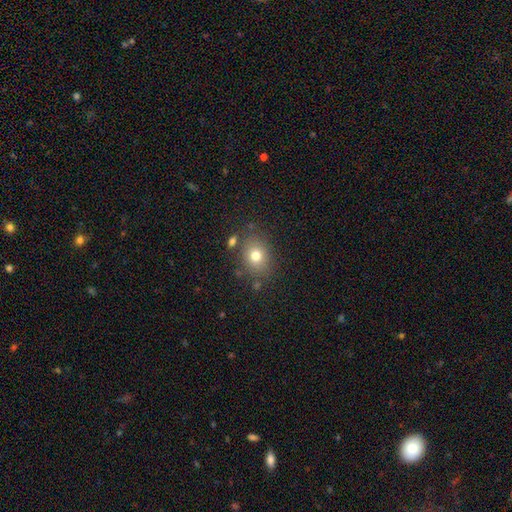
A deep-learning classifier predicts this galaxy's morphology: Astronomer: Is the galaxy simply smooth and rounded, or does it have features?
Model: smooth — 76%.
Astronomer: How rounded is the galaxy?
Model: round — 50% (runner-up: in between, 49%).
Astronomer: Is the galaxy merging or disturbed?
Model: none — 78%.